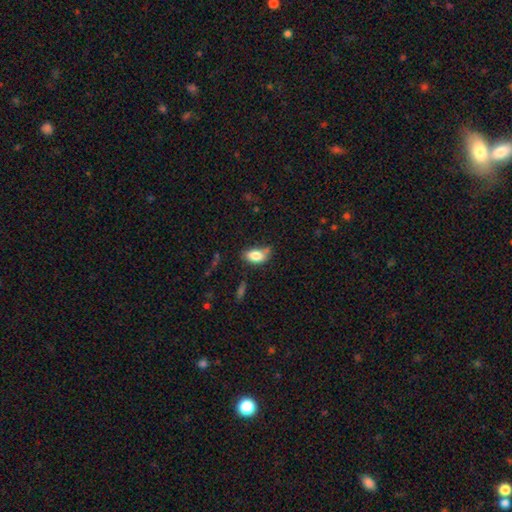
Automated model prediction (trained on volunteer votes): This appears to be a smooth galaxy with no disk features (81%) that is in between round and cigar-shaped (90%). Merging: none (51%).